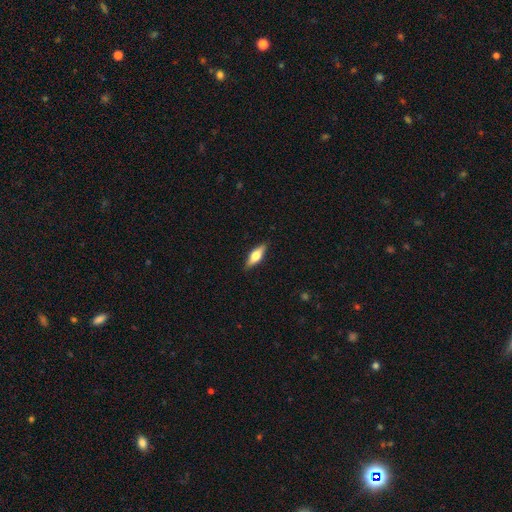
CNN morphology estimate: A smooth galaxy with no disk features (53%) that is in between round and cigar-shaped (55%). Merging: none (88%).